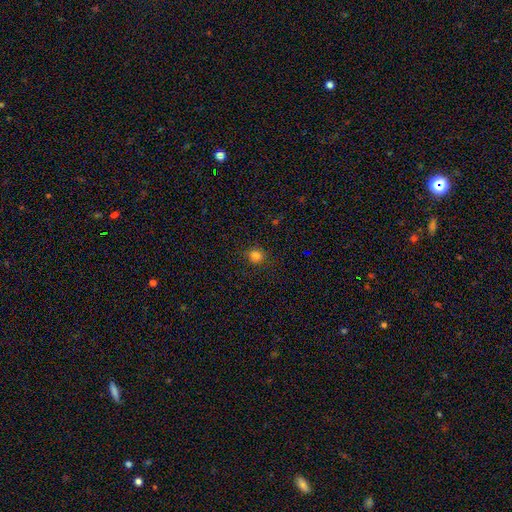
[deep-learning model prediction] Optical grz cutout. It shows a smooth galaxy with no disk features (81%) that is round (87%). Merging: none (88%).